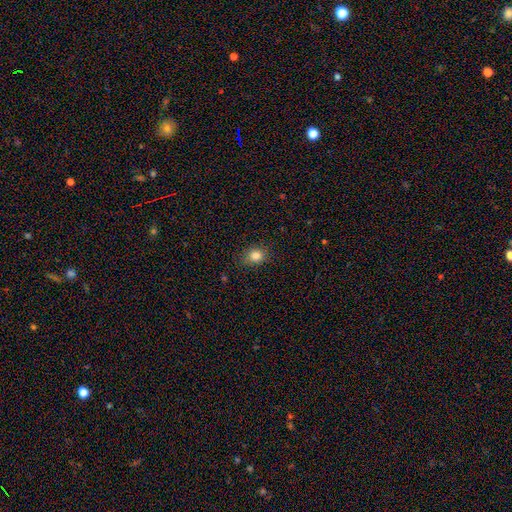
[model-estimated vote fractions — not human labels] Q: Smooth or featured?
A: smooth (83%); runner-up: star or artifact (12%)
Q: How rounded?
A: round (61%); runner-up: in between (38%)
Q: Merging?
A: none (83%); runner-up: minor disturbance (13%)